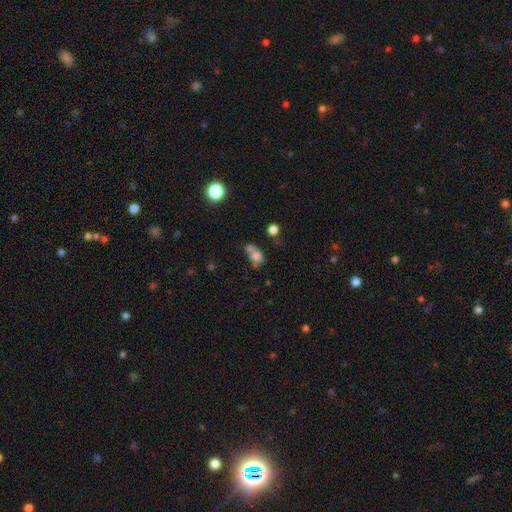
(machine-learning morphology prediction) Smooth or featured? smooth (72%)
How rounded? round (50%)
Merging? merger (52%)